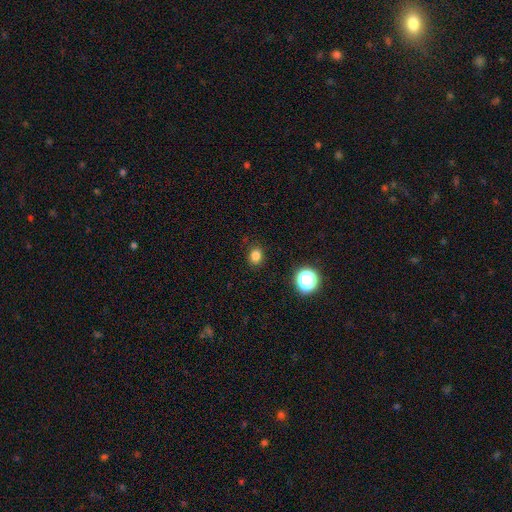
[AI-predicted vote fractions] Smooth or featured? Predicted: smooth (p=0.81). How rounded? Predicted: round (p=0.61). Merging? Predicted: none (p=0.88).